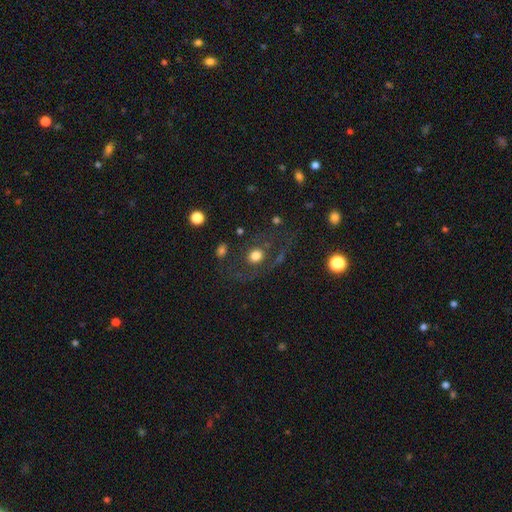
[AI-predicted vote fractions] Overall: smooth (62%; featured or disk 25%). How rounded: round (62%; in between 36%). Merging: none (67%).